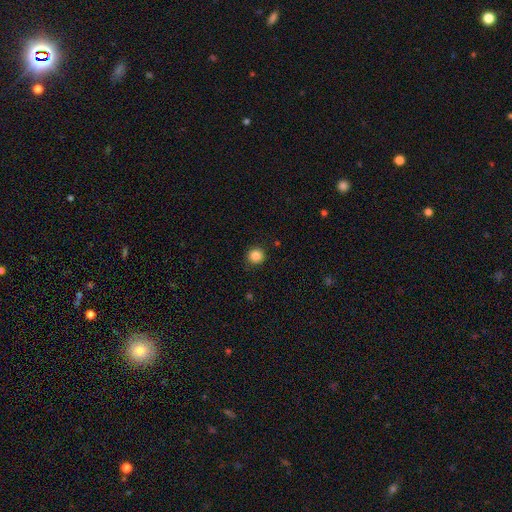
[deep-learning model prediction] Smooth or featured?
  - smooth: 85% *
  - star or artifact: 11%
  - featured or disk: 4%
How rounded?
  - round: 94% *
  - in between: 5%
  - cigar-shaped: 1%
Merging?
  - none: 90% *
  - minor disturbance: 7%
  - major disturbance: 2%
  - merger: 1%